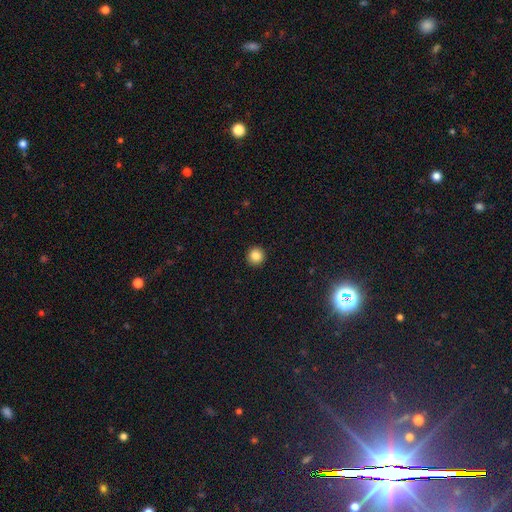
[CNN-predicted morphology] The model was most divided on "smooth or featured": smooth: 86%, star or artifact: 10%, featured or disk: 4%. More confident: how rounded — round (95%); merging — none (93%).